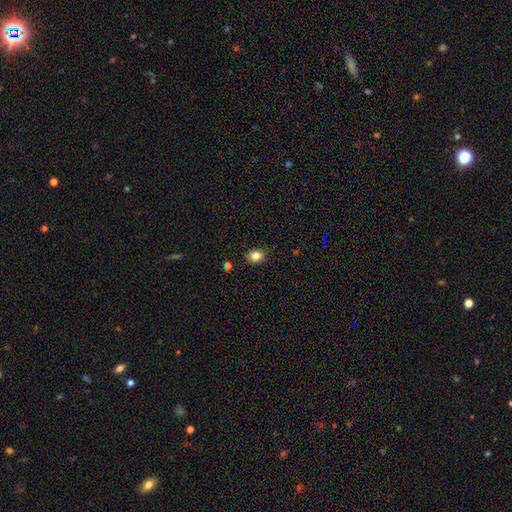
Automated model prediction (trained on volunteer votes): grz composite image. It shows a smooth galaxy with no disk features (84%) that is round (50%). Merging: none (86%).